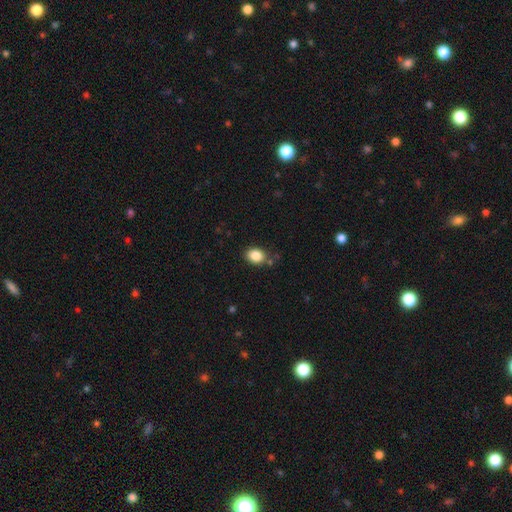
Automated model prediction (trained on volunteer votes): Smooth or featured? Predicted: smooth (p=0.86). How rounded? Predicted: in between (p=0.59). Merging? Predicted: none (p=0.78).